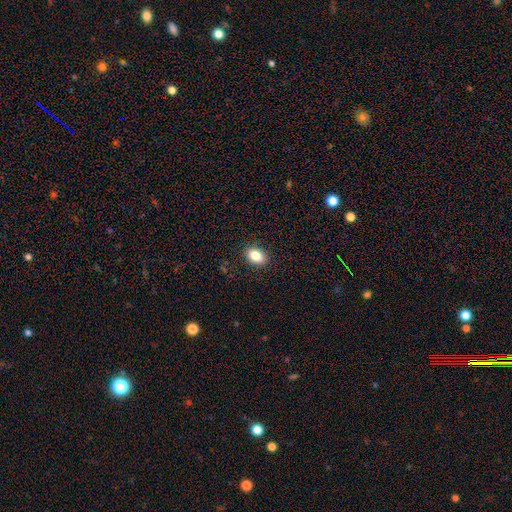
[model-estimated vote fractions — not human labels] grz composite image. It shows a smooth galaxy with no disk features (85%) that is in between round and cigar-shaped (81%). Merging: none (89%).